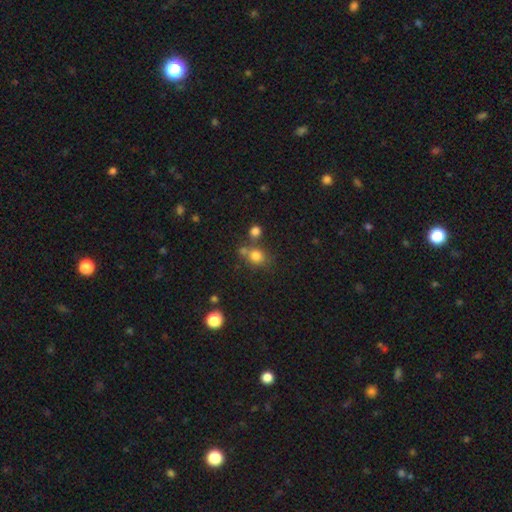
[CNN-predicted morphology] A smooth galaxy with no disk features (77%) that is round (75%).

Vote fractions:
- Smooth or featured? smooth: 77% / star or artifact: 15% / featured or disk: 8%
- How rounded? round: 75% / in between: 24% / cigar-shaped: 1%
- Merging? none: 58% / merger: 25% / minor disturbance: 12% / major disturbance: 5%